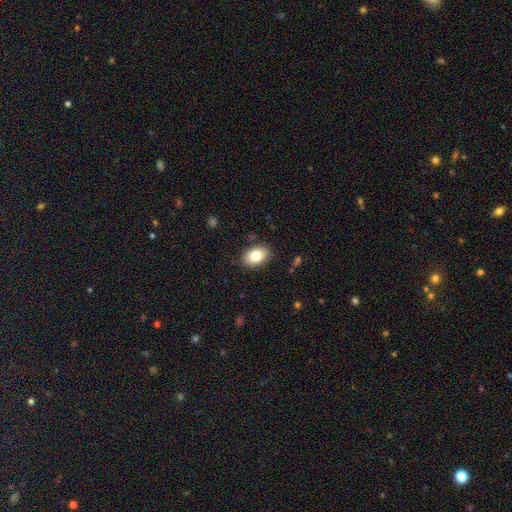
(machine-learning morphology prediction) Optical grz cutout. It shows a smooth galaxy with no disk features (81%) that is in between round and cigar-shaped (83%). Merging: none (86%).